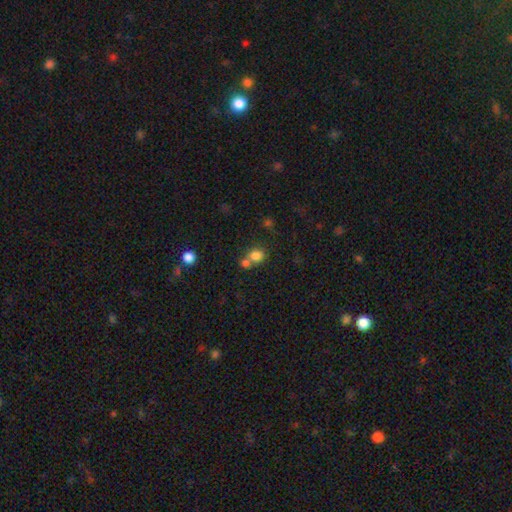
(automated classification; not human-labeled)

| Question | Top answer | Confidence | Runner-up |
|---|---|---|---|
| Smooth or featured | smooth | 80% | star or artifact (12%) |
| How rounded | round | 69% | in between (30%) |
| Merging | merger | 45% | none (44%) |